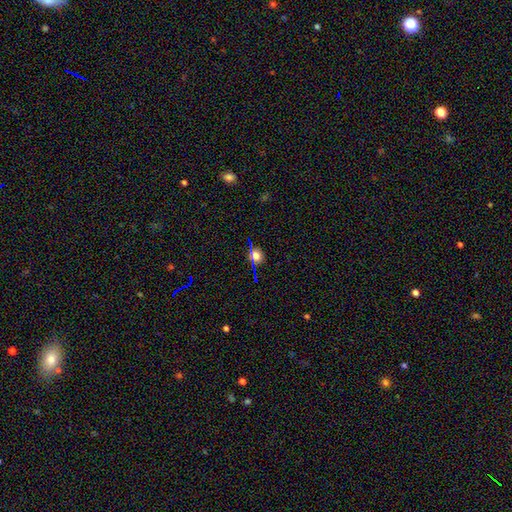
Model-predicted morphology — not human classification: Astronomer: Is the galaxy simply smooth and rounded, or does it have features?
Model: smooth — 50% (runner-up: star or artifact, 37%).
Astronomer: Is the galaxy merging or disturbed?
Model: none — 81%.